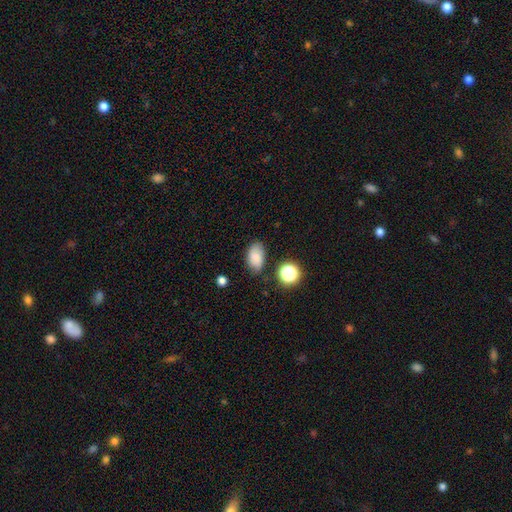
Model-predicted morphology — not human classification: Smooth or featured? smooth (76%)
How rounded? in between (88%)
Merging? none (74%)